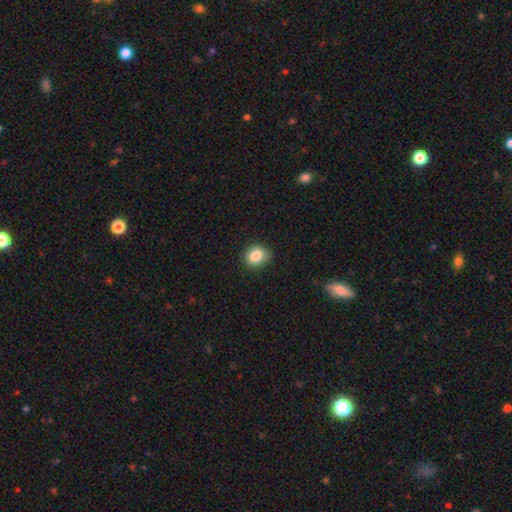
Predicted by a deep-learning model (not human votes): smooth 84%, star or artifact 10%, featured or disk 6%. Down the decision tree: how rounded — round (71%); merging — none (81%).